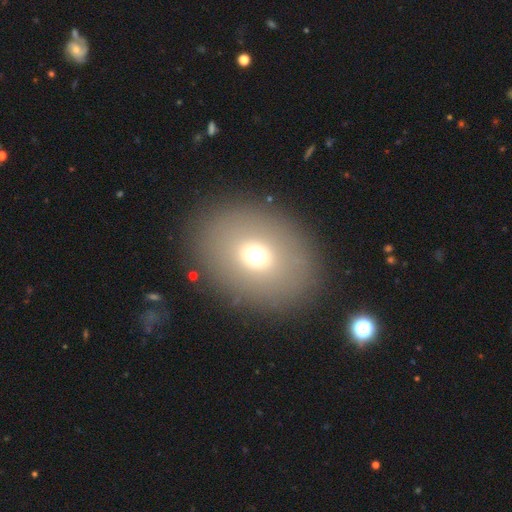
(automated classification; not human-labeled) This is likely a smooth galaxy (67%). How rounded: possibly in between (58%). Merging: clearly none (87%).